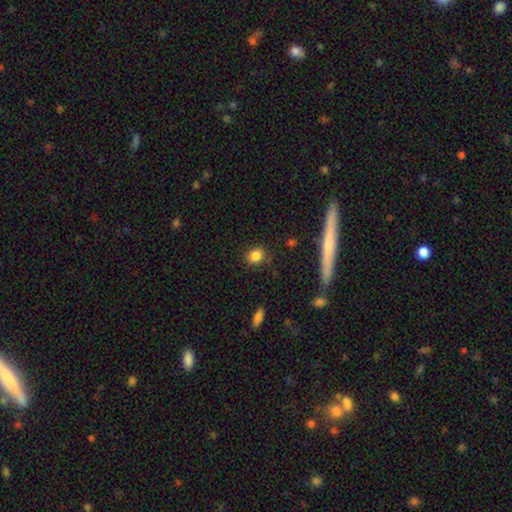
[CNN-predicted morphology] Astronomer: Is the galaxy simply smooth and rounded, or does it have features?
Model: smooth — 85%.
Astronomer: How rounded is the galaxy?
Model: round — 62%.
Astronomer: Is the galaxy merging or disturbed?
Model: none — 84%.